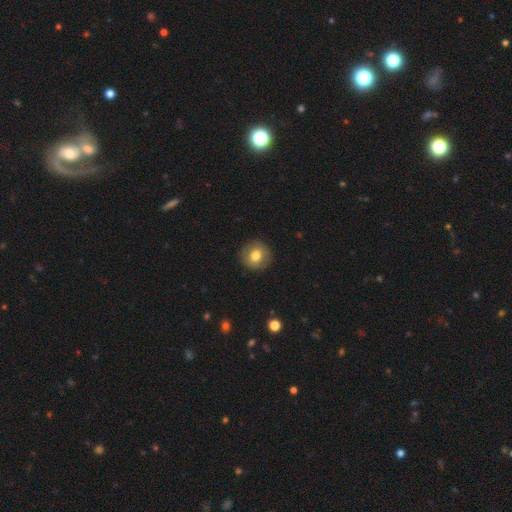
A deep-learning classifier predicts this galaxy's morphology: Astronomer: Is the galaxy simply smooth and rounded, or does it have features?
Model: smooth — 76%.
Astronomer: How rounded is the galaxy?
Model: round — 92%.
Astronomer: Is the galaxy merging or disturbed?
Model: none — 90%.